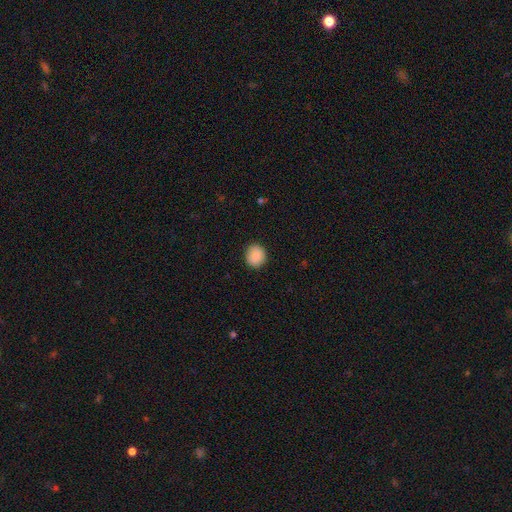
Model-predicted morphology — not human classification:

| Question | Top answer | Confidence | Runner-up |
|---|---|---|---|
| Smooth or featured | smooth | 89% | star or artifact (8%) |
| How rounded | round | 84% | in between (15%) |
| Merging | none | 90% | minor disturbance (7%) |